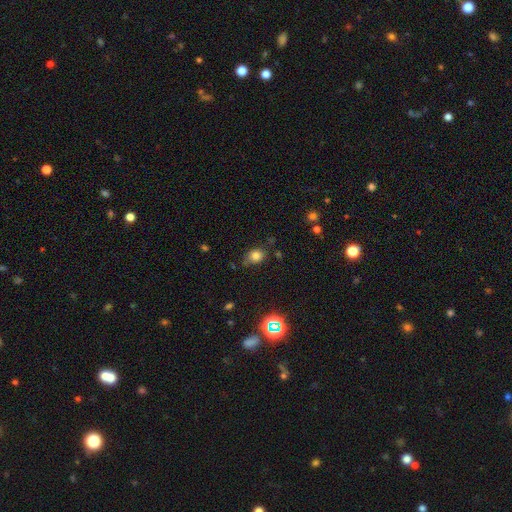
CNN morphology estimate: This appears to be a smooth galaxy with no disk features (78%) that is in between round and cigar-shaped (51%). Merging: none (69%).